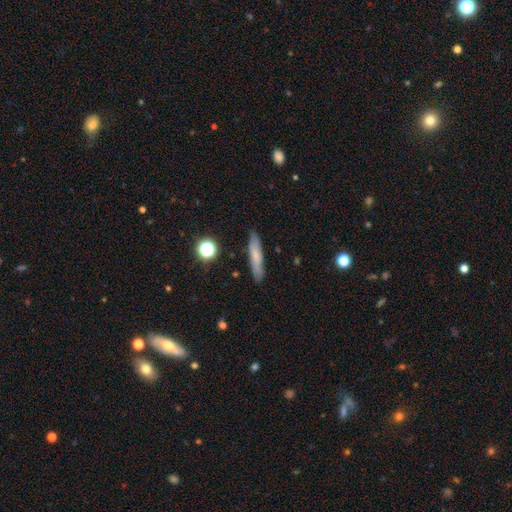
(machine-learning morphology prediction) smooth 69%, featured or disk 22%, star or artifact 8%. Down the decision tree: how rounded — cigar-shaped (85%); merging — none (86%).